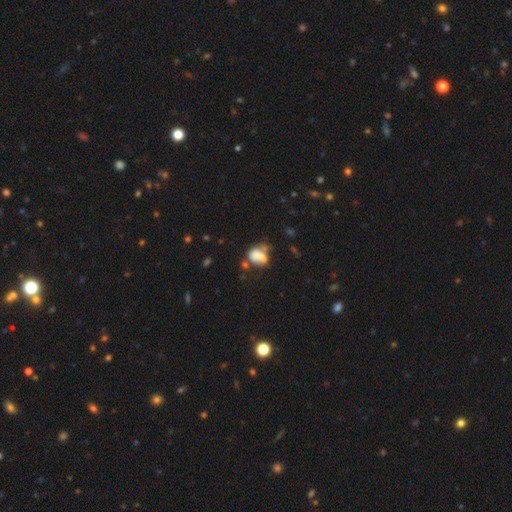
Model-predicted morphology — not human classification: Smooth or featured? Predicted: smooth (p=0.61). How rounded? Predicted: in between (p=0.55). Merging? Predicted: merger (p=0.39).